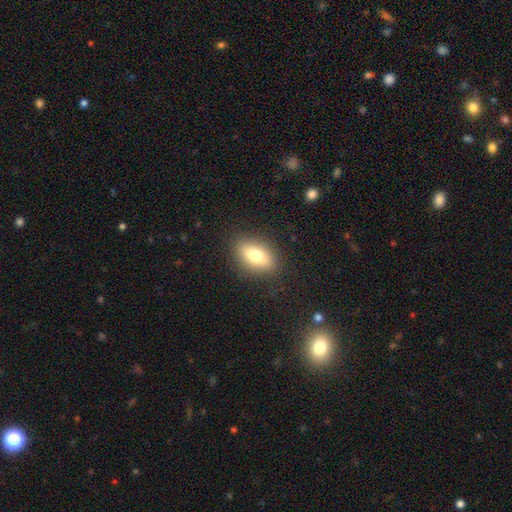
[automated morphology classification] type=smooth (73%); roundness=in between (83%); merging=none (86%).